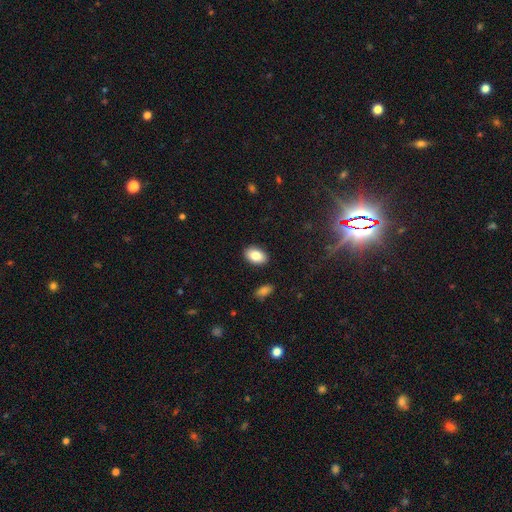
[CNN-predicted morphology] A smooth galaxy with no disk features (84%) that is in between round and cigar-shaped (89%). Merging: none (89%).